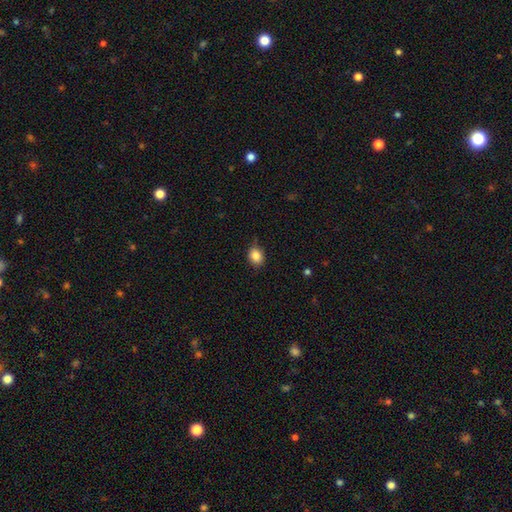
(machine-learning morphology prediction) Smooth or featured? smooth (86%)
How rounded? round (57%)
Merging? none (77%)